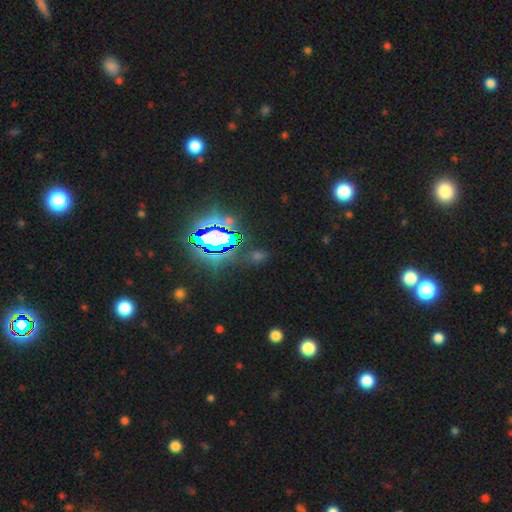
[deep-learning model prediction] star or artifact 71%, smooth 20%, featured or disk 10%.